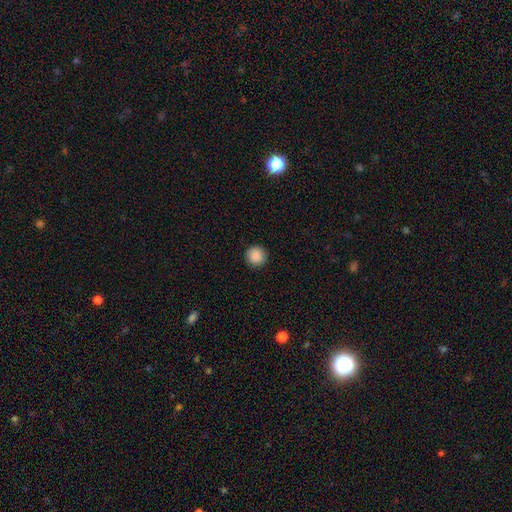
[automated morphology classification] A smooth galaxy with no disk features (89%) that is round (95%).

Vote fractions:
- Smooth or featured? smooth: 89% / star or artifact: 8% / featured or disk: 3%
- How rounded? round: 95% / in between: 4% / cigar-shaped: 1%
- Merging? none: 92% / minor disturbance: 6% / major disturbance: 2% / merger: 1%